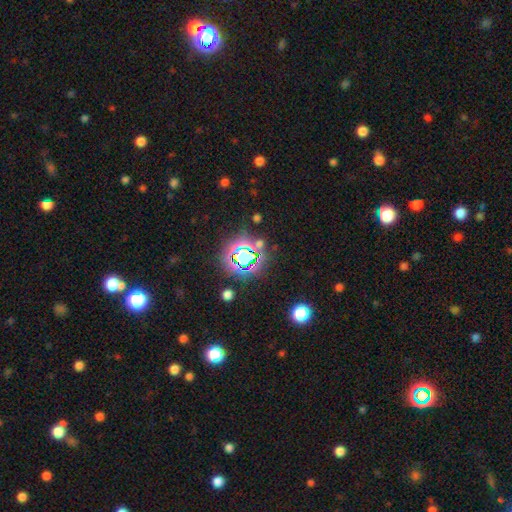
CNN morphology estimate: Smooth or featured?
  - star or artifact: 76% *
  - smooth: 16%
  - featured or disk: 8%